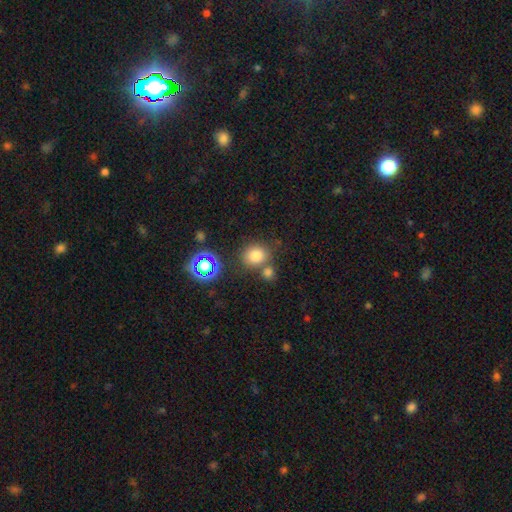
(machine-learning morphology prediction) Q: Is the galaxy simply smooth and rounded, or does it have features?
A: smooth — 77%.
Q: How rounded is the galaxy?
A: round — 75%.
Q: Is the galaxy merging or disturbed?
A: none — 66%.